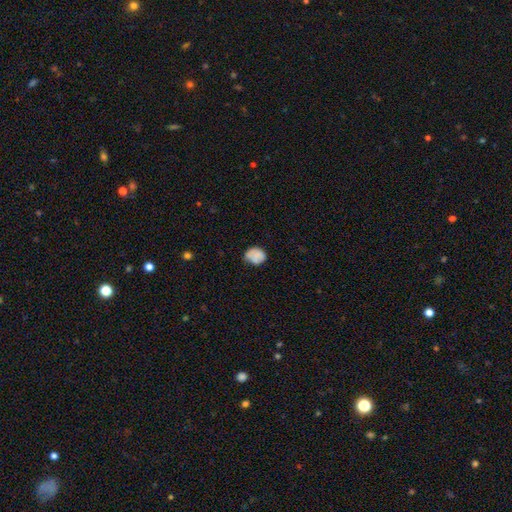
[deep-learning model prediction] Overall: smooth (75%). How rounded: round (54%; in between 46%). Merging: none (52%; minor disturbance 34%).